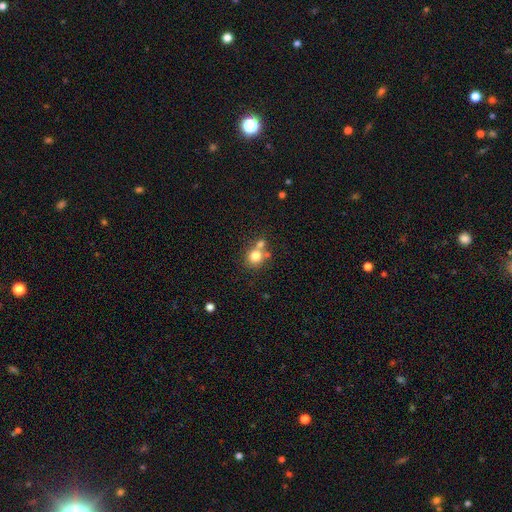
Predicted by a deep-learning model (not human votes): Smooth or featured: smooth — 77% (featured or disk — 12%)
How rounded: round — 84% (in between — 15%)
Merging: none — 48% (merger — 40%)